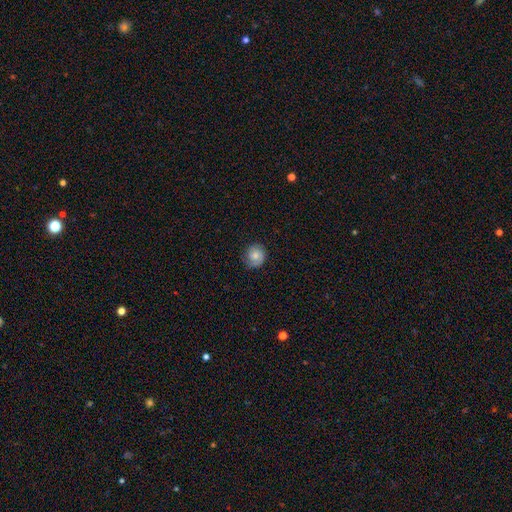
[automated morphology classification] smooth 57%, featured or disk 35%, star or artifact 8%. Down the decision tree: how rounded — round (84%); merging — none (75%).